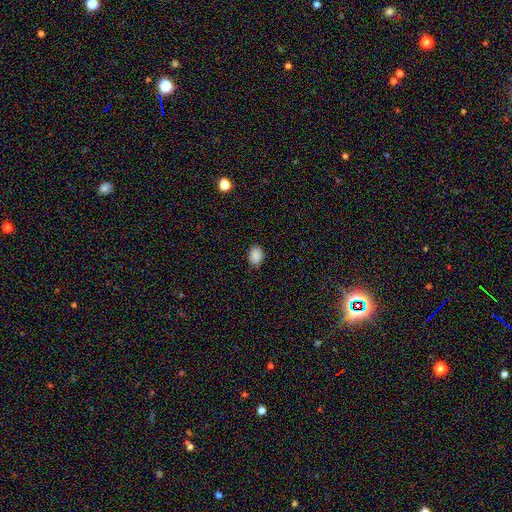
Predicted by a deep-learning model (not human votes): smooth-or-featured: smooth: 88% | star or artifact: 9% | featured or disk: 3%
  how-rounded: in between: 65% | round: 34% | cigar-shaped: 1%
  merging: none: 84% | minor disturbance: 13% | major disturbance: 2% | merger: 1%